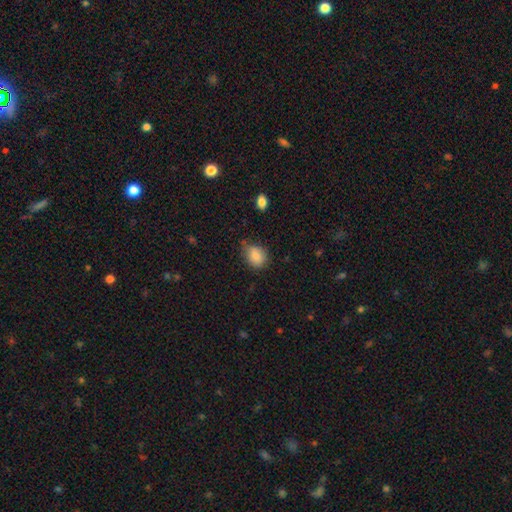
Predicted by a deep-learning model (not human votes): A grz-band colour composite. It shows a smooth galaxy with no disk features (85%) that is in between round and cigar-shaped (55%). Merging: none (68%).